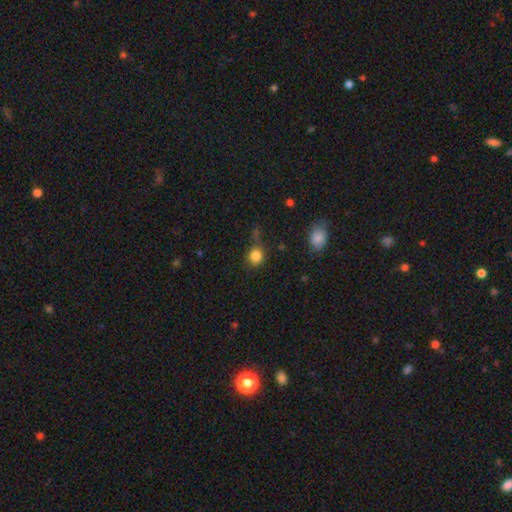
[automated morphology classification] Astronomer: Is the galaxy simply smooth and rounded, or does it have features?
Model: smooth — 83%.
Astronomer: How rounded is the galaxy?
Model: round — 86%.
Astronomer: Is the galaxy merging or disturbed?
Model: none — 67%.